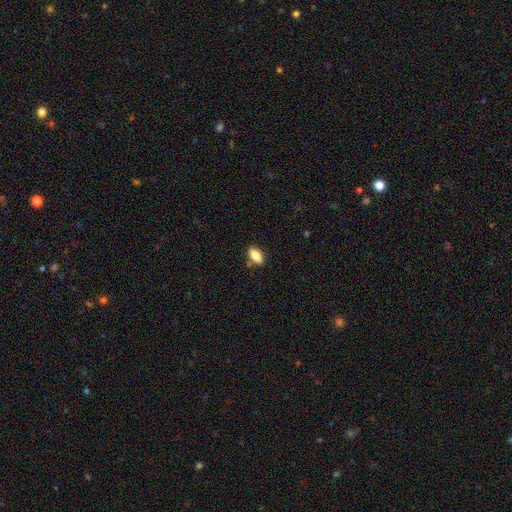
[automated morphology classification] Smooth or featured: smooth — 82% (featured or disk — 10%)
How rounded: in between — 87% (cigar-shaped — 9%)
Merging: none — 82% (minor disturbance — 12%)